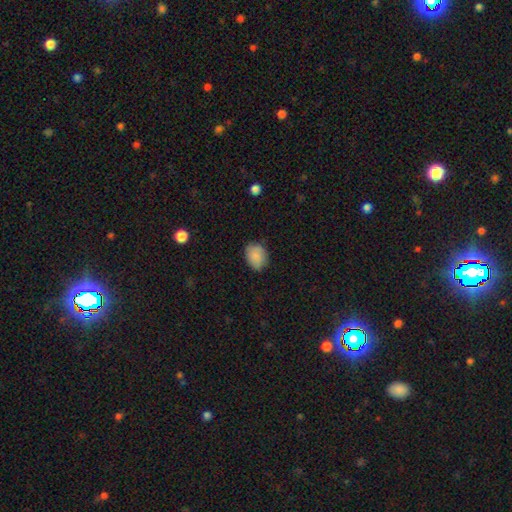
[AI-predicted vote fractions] The model was most divided on "how rounded": in between: 62%, round: 37%, cigar-shaped: 1%. More confident: smooth or featured — smooth (85%); merging — none (78%).